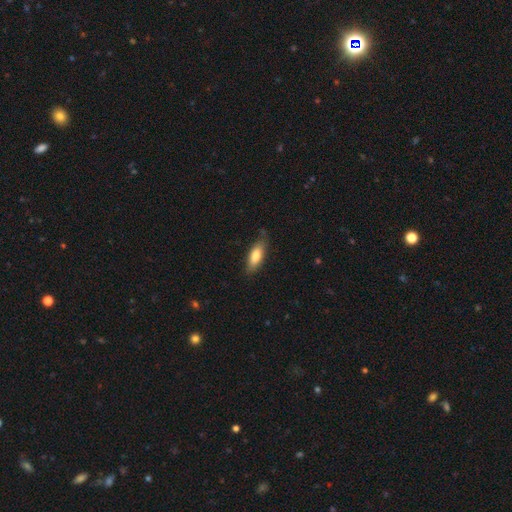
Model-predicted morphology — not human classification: type=smooth (78%); roundness=in between (66%); merging=none (77%).